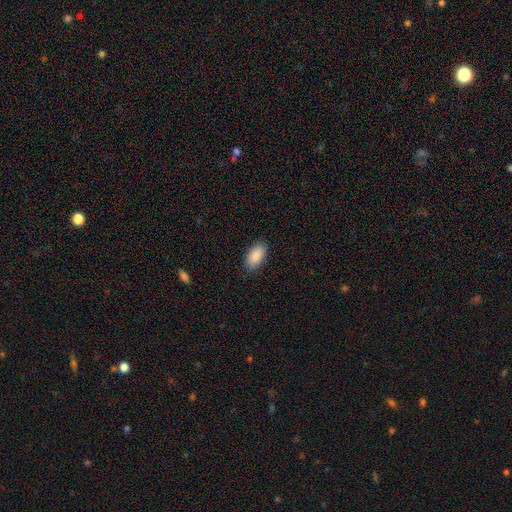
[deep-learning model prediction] A smooth galaxy with no disk features (90%) that is in between round and cigar-shaped (94%).

Vote fractions:
- Smooth or featured? smooth: 90% / star or artifact: 6% / featured or disk: 4%
- How rounded? in between: 94% / cigar-shaped: 3% / round: 2%
- Merging? none: 88% / minor disturbance: 9% / major disturbance: 2% / merger: 1%